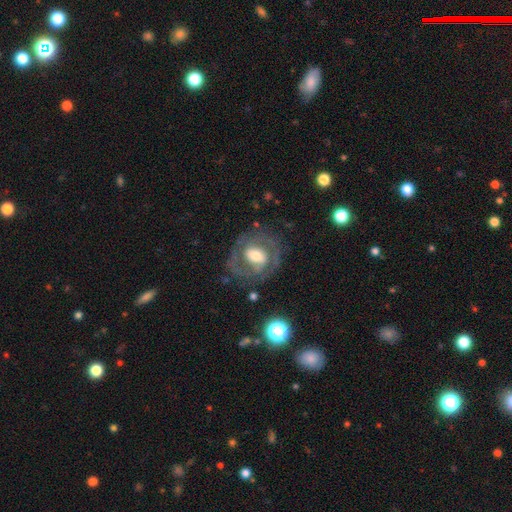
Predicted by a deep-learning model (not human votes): smooth-or-featured: featured or disk: 71% | smooth: 22% | star or artifact: 7%
  disk-edge-on: no: 96% | yes: 4%
    bar: weak: 40% | no: 37% | strong: 23%
    has-spiral-arms: yes: 72% | no: 28%
    bulge-size: moderate: 55% | large: 23% | small: 18% | dominant: 2% | none: 2%
  merging: none: 71% | minor disturbance: 16% | major disturbance: 11% | merger: 2%